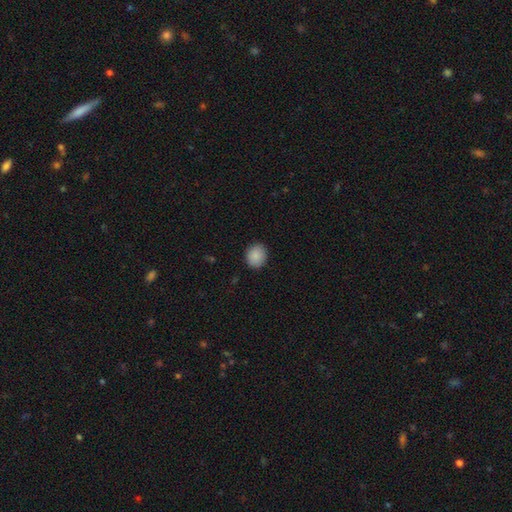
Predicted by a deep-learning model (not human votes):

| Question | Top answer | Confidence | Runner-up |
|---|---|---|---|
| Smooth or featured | smooth | 89% | star or artifact (8%) |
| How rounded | round | 69% | in between (30%) |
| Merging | none | 89% | minor disturbance (8%) |